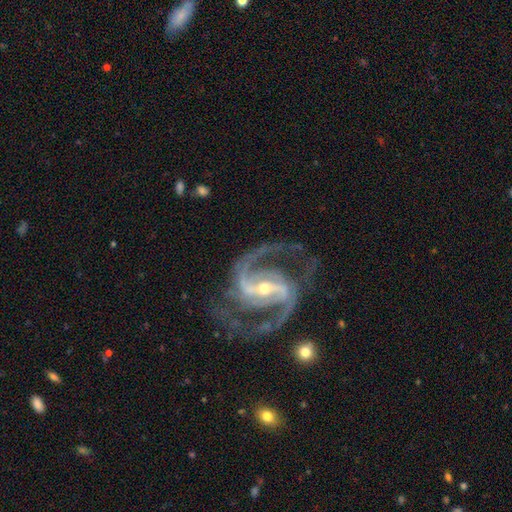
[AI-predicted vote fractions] This appears to be a featured or disk galaxy (93%) with a strong bar (64%), 2 (93%) medium (68%) spiral arms (99%) and a small central bulge (58%). Merging: none (77%).